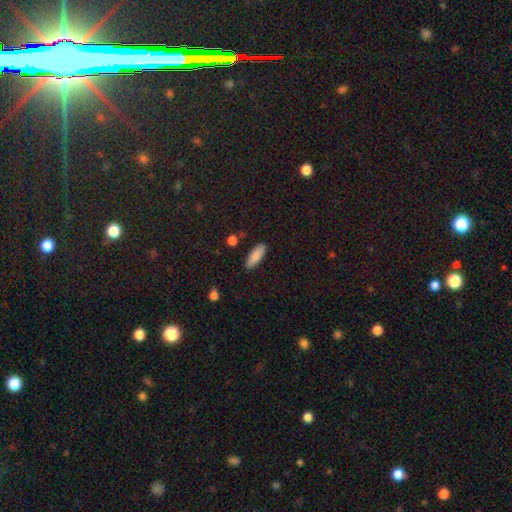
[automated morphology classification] Q: Smooth or featured?
A: smooth (86%); runner-up: featured or disk (7%)
Q: How rounded?
A: in between (64%); runner-up: cigar-shaped (34%)
Q: Merging?
A: none (87%); runner-up: minor disturbance (9%)